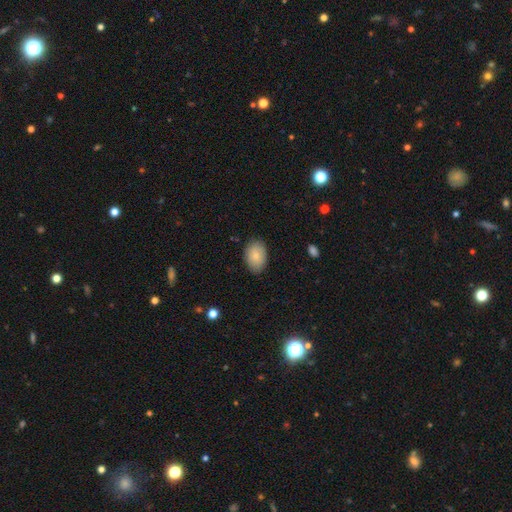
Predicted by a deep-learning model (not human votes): A smooth galaxy with no disk features (81%) that is in between round and cigar-shaped (85%).

Vote fractions:
- Smooth or featured? smooth: 81% / featured or disk: 11% / star or artifact: 7%
- How rounded? in between: 85% / round: 14% / cigar-shaped: 1%
- Merging? none: 85% / minor disturbance: 12% / major disturbance: 2% / merger: 1%